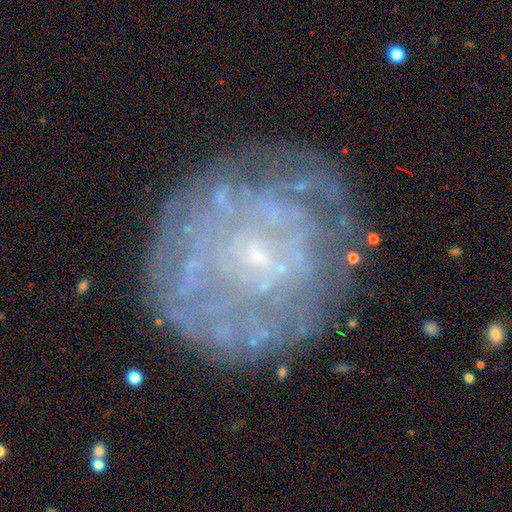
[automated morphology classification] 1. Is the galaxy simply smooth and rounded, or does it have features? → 68% featured or disk, 21% smooth, 11% star or artifact.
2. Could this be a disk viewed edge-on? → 97% no, 3% yes.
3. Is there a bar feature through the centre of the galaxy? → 71% no, 22% weak, 7% strong.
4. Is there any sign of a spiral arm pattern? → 53% no, 47% yes.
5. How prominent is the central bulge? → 73% small, 14% none, 10% moderate, 2% large, 1% dominant.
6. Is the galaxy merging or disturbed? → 71% none, 17% minor disturbance, 10% major disturbance, 2% merger.